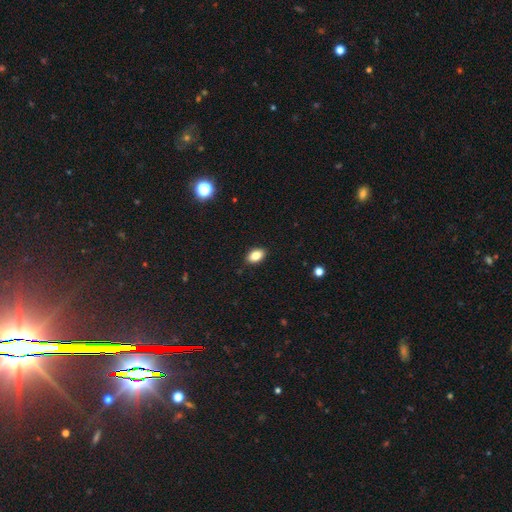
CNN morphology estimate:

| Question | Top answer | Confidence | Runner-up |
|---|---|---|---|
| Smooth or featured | smooth | 84% | star or artifact (9%) |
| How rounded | in between | 89% | round (10%) |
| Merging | none | 90% | minor disturbance (8%) |